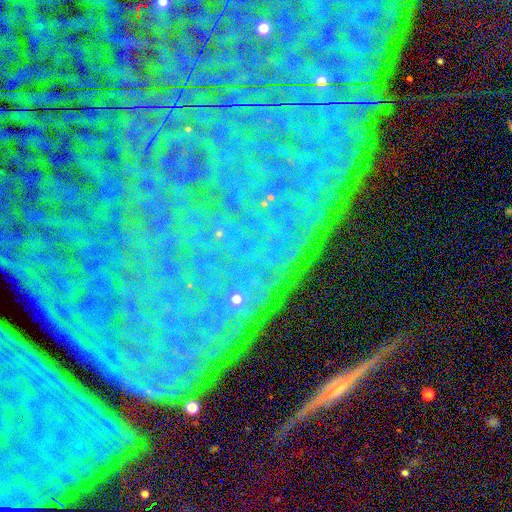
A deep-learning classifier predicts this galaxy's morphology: Q: Smooth or featured?
A: star or artifact (74%); runner-up: featured or disk (17%)